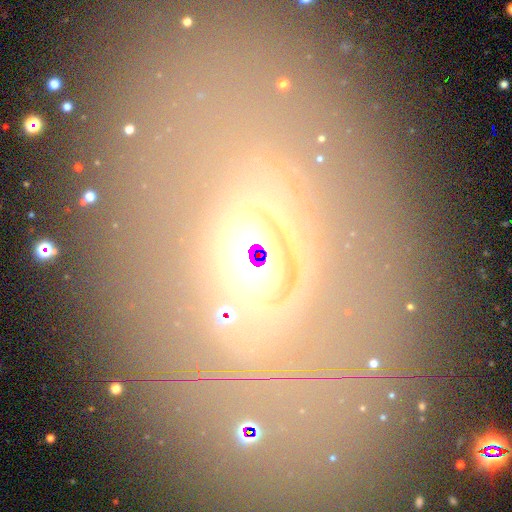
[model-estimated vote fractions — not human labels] This appears to be a featured or disk galaxy (47%). Merging: none (70%).